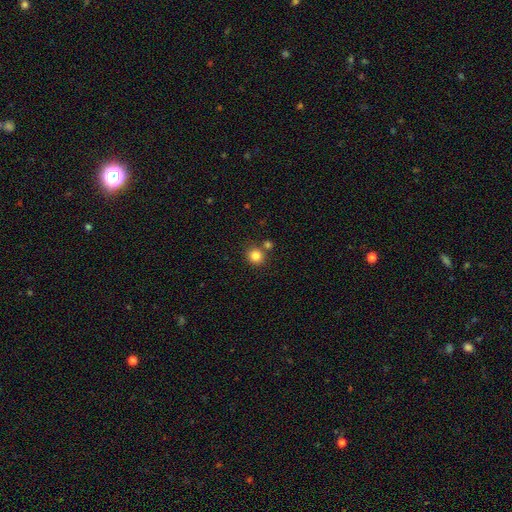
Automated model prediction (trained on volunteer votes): This appears to be a smooth galaxy with no disk features (84%) that is round (88%). Merging: none (74%).